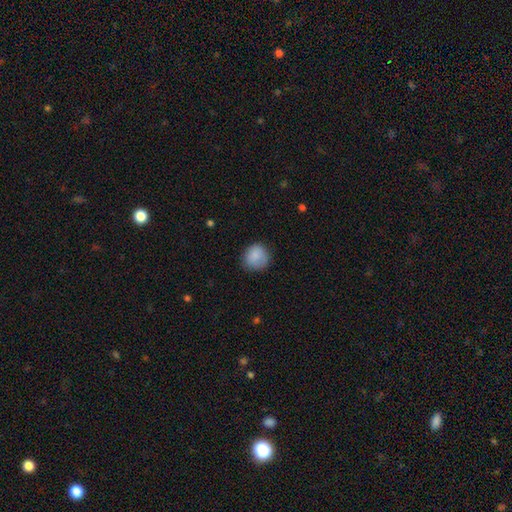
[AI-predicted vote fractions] smooth_or_featured: smooth (p=0.87) [alt: star or artifact p=0.08]
how_rounded: round (p=0.86) [alt: in between p=0.13]
merging: none (p=0.77) [alt: minor disturbance p=0.17]